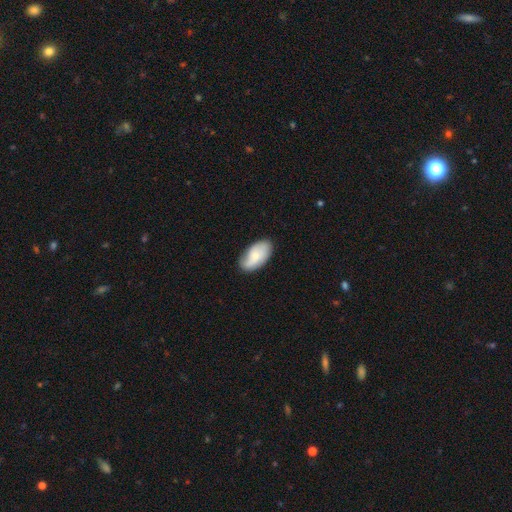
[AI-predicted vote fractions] A smooth galaxy with no disk features (60%) that is in between round and cigar-shaped (94%).

Vote fractions:
- Smooth or featured? smooth: 60% / featured or disk: 34% / star or artifact: 6%
- How rounded? in between: 94% / round: 4% / cigar-shaped: 2%
- Merging? none: 73% / minor disturbance: 21% / major disturbance: 5% / merger: 1%